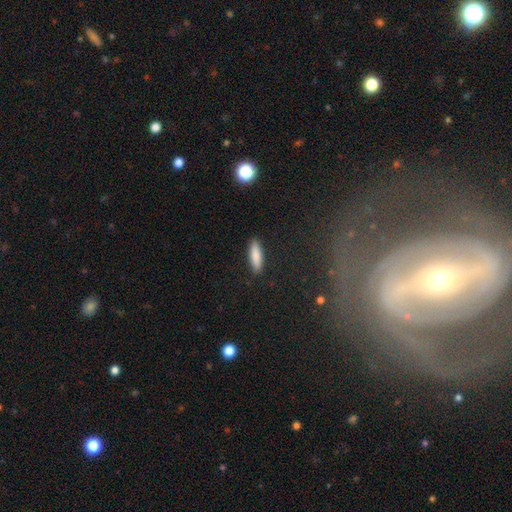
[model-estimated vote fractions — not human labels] The model was most divided on "how rounded": cigar-shaped: 65%, in between: 33%, round: 2%. More confident: merging — none (89%); smooth or featured — smooth (85%).